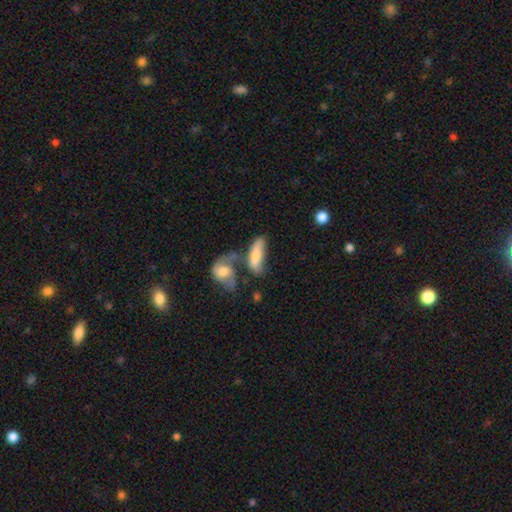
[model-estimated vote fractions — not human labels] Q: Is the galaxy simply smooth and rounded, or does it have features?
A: smooth — 68%.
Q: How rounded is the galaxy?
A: in between — 68%.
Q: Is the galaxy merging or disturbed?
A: merger — 52%.